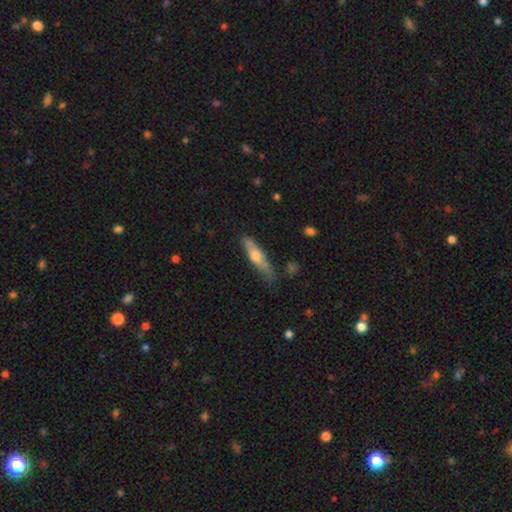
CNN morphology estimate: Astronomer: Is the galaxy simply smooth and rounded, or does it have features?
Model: smooth — 53% (runner-up: featured or disk, 41%).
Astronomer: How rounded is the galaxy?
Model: cigar-shaped — 71%.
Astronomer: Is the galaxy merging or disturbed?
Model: none — 63%.